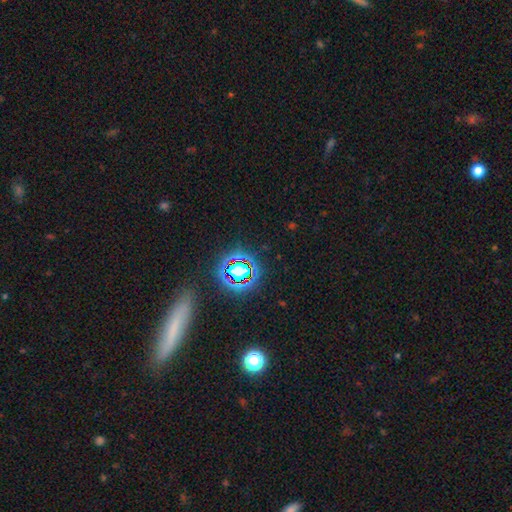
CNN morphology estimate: A star or artifact, not a galaxy (60%).